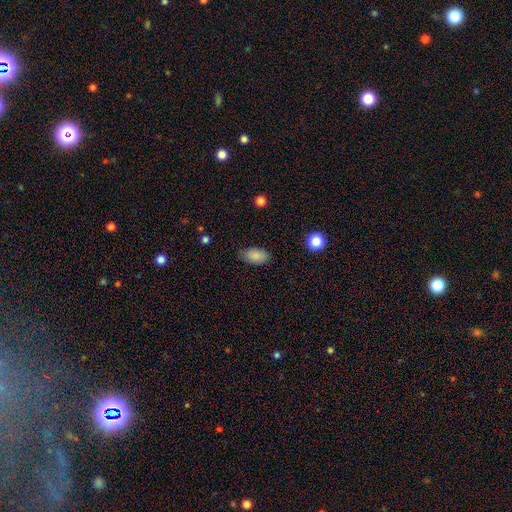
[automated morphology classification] Smooth or featured? Predicted: smooth (p=0.86). How rounded? Predicted: in between (p=0.92). Merging? Predicted: none (p=0.80).